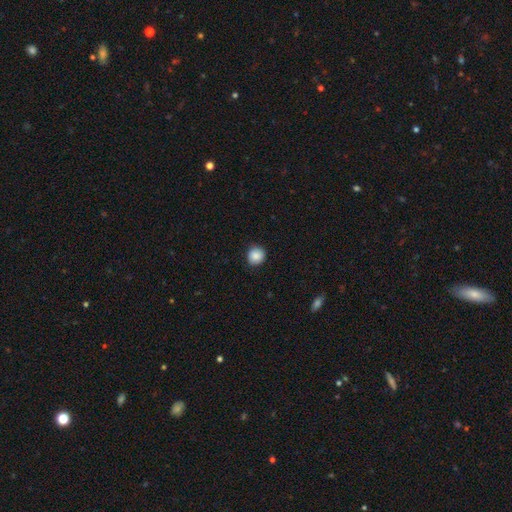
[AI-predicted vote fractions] The model was most divided on "merging": none: 85%, minor disturbance: 11%, major disturbance: 2%, merger: 1%. More confident: how rounded — round (88%); smooth or featured — smooth (86%).